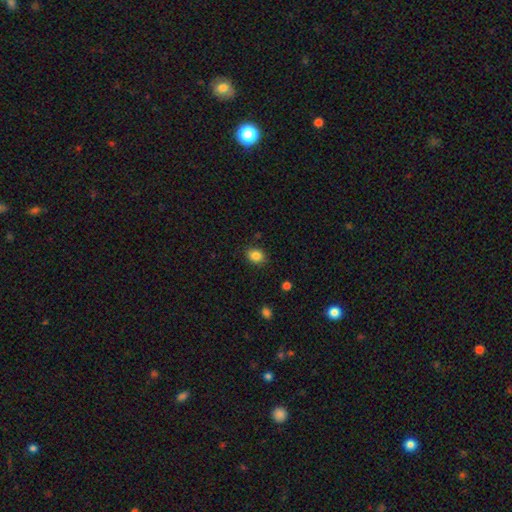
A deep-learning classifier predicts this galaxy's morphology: Smooth or featured? Predicted: smooth (p=0.85). How rounded? Predicted: in between (p=0.54). Merging? Predicted: none (p=0.86).